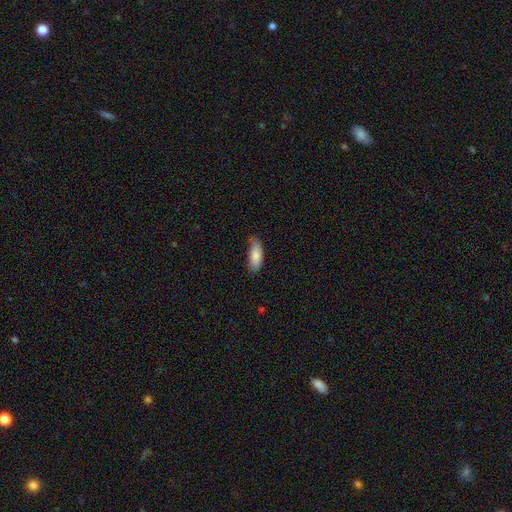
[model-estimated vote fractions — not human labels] This appears to be a smooth galaxy with no disk features (84%) that is in between round and cigar-shaped (77%). Merging: none (64%).